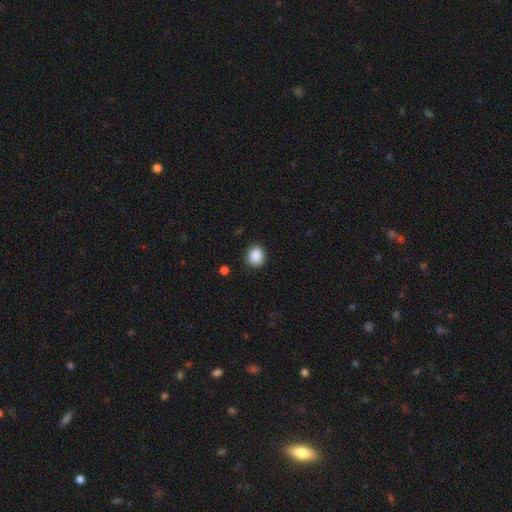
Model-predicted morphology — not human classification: This appears to be a smooth galaxy with no disk features (89%) that is round (75%). Merging: none (88%).